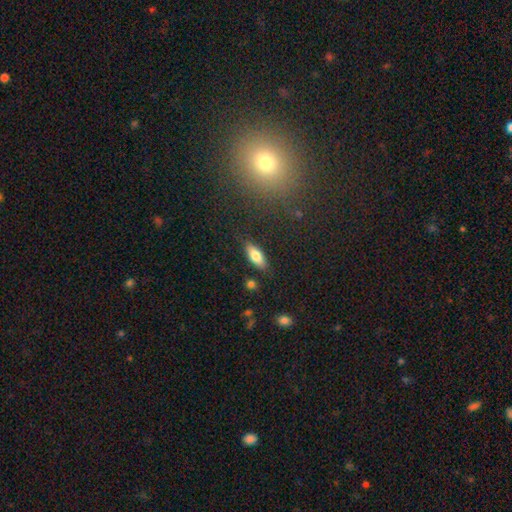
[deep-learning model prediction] This appears to be a smooth galaxy with no disk features (75%) that is in between round and cigar-shaped (70%). Merging: none (84%).